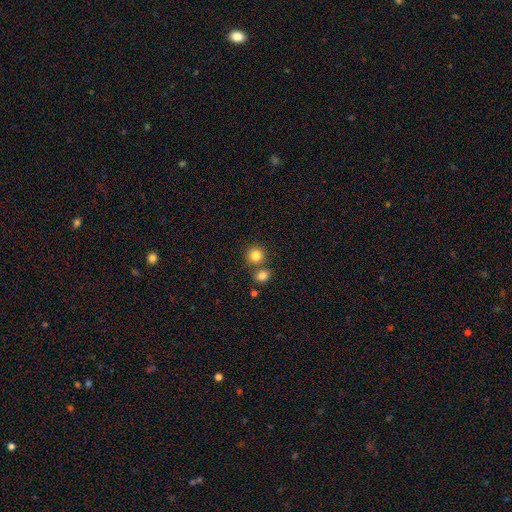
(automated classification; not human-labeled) smooth 83%, star or artifact 11%, featured or disk 6%. Down the decision tree: how rounded — round (91%); merging — none (68%).